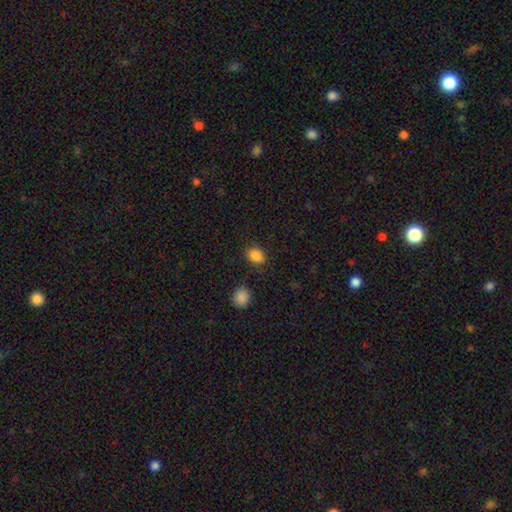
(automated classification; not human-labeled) A smooth galaxy with no disk features (86%) that is in between round and cigar-shaped (56%). Merging: none (83%).